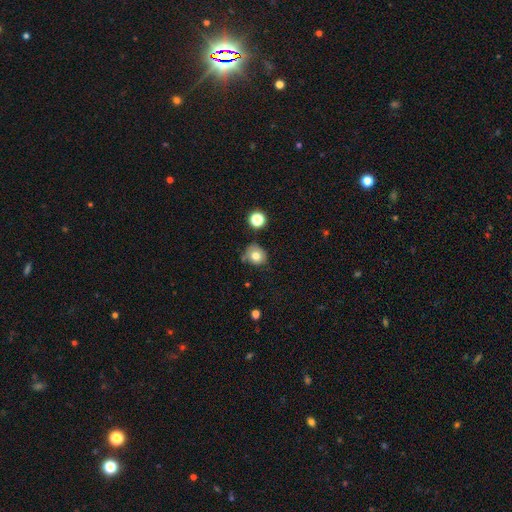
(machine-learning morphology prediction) The model was most divided on "merging": none: 63%, minor disturbance: 24%, merger: 7%, major disturbance: 6%. More confident: smooth or featured — smooth (78%); how rounded — round (74%).